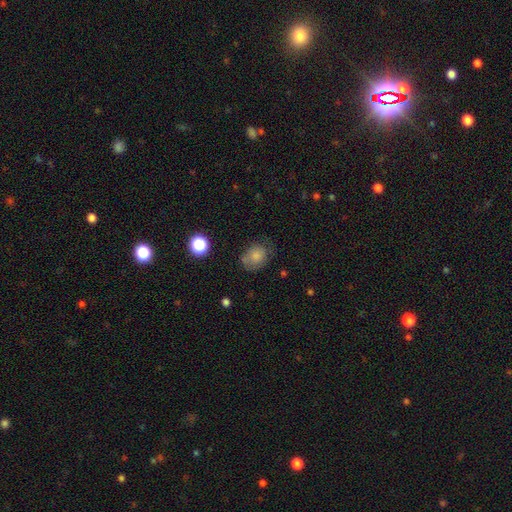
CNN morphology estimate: Smooth or featured?
  - smooth: 78% *
  - featured or disk: 11%
  - star or artifact: 11%
How rounded?
  - round: 52% *
  - in between: 47%
  - cigar-shaped: 1%
Merging?
  - none: 59% *
  - minor disturbance: 27%
  - major disturbance: 11%
  - merger: 3%